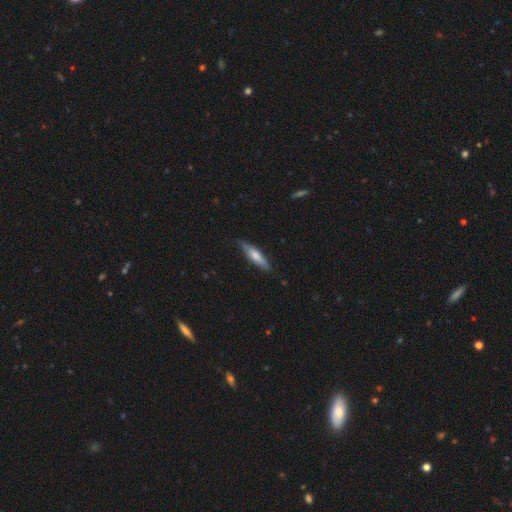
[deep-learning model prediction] Q: Smooth or featured?
A: smooth (57%); runner-up: featured or disk (37%)
Q: How rounded?
A: cigar-shaped (75%); runner-up: in between (24%)
Q: Merging?
A: none (77%); runner-up: minor disturbance (18%)